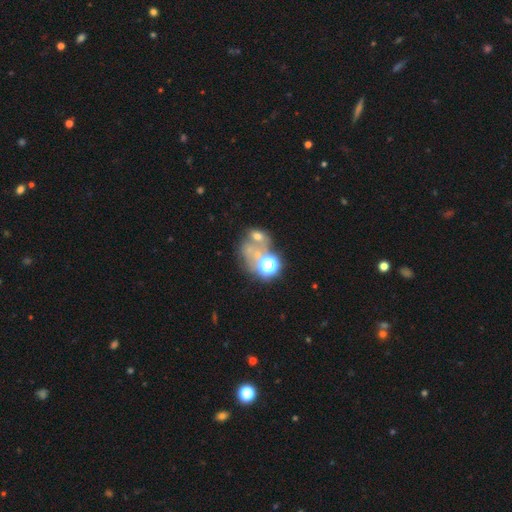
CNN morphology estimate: Smooth or featured: star or artifact — 37% (smooth — 34%)